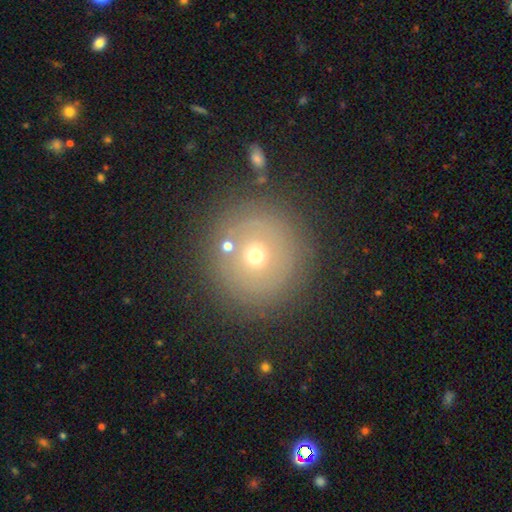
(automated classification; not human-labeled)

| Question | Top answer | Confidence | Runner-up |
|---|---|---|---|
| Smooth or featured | smooth | 49% | featured or disk (35%) |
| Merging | none | 80% | minor disturbance (10%) |